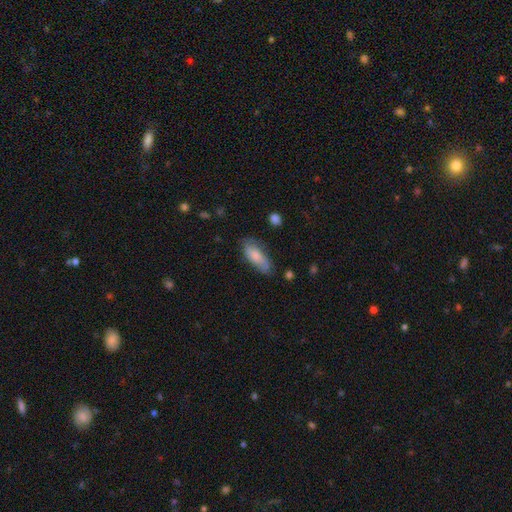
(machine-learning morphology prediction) Smooth or featured? smooth (71%)
How rounded? in between (77%)
Merging? none (63%)